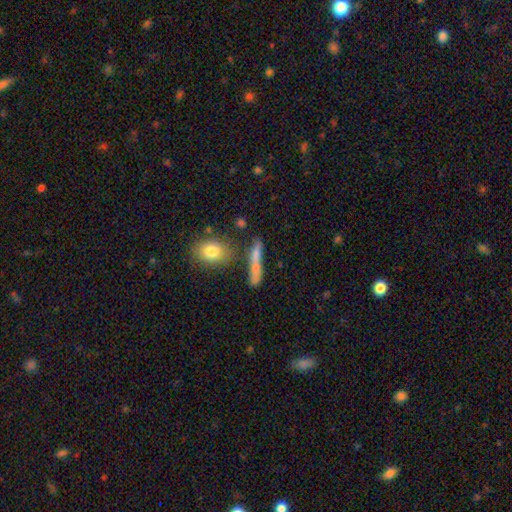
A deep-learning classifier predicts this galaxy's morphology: This appears to be a smooth galaxy with no disk features (61%) that is cigar-shaped (76%). Merging: none (63%).